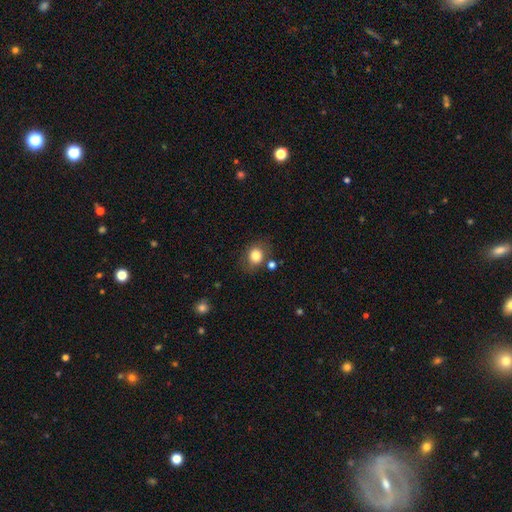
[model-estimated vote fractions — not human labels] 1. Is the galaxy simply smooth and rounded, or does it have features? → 82% smooth, 10% star or artifact, 8% featured or disk.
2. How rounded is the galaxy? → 62% round, 37% in between, 1% cigar-shaped.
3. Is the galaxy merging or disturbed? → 73% none, 15% minor disturbance, 6% merger, 5% major disturbance.